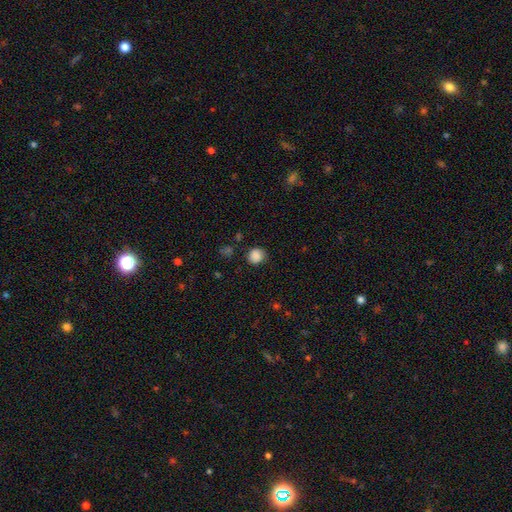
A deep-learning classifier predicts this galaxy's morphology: This is clearly a smooth galaxy (87%). How rounded: clearly round (83%). Merging: clearly none (82%).